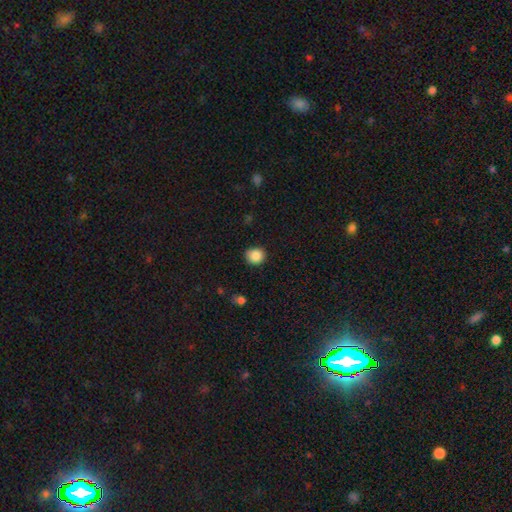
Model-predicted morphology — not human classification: This is clearly a smooth galaxy (87%). How rounded: clearly round (84%). Merging: clearly none (86%).